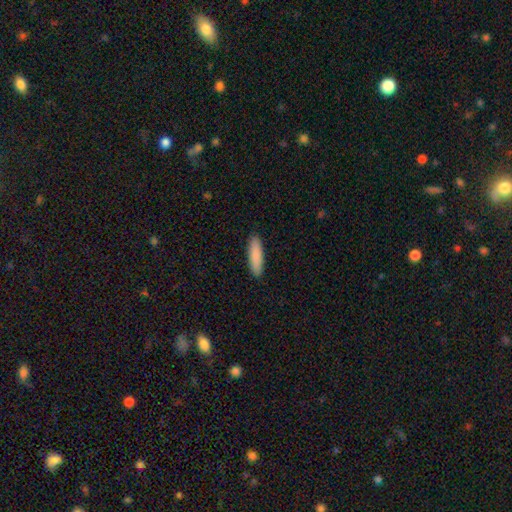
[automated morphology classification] Smooth or featured?
  - smooth: 88% *
  - featured or disk: 6%
  - star or artifact: 5%
How rounded?
  - cigar-shaped: 67% *
  - in between: 31%
  - round: 1%
Merging?
  - none: 91% *
  - minor disturbance: 7%
  - major disturbance: 1%
  - merger: 1%